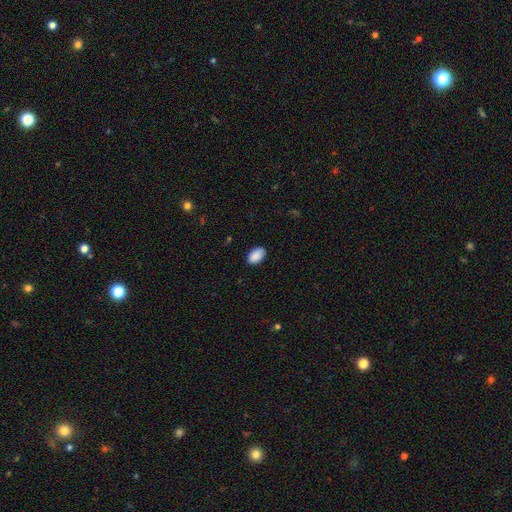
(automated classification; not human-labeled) Smooth or featured?
  - smooth: 91% *
  - star or artifact: 6%
  - featured or disk: 3%
How rounded?
  - in between: 94% *
  - round: 5%
  - cigar-shaped: 1%
Merging?
  - none: 86% *
  - minor disturbance: 11%
  - major disturbance: 2%
  - merger: 1%